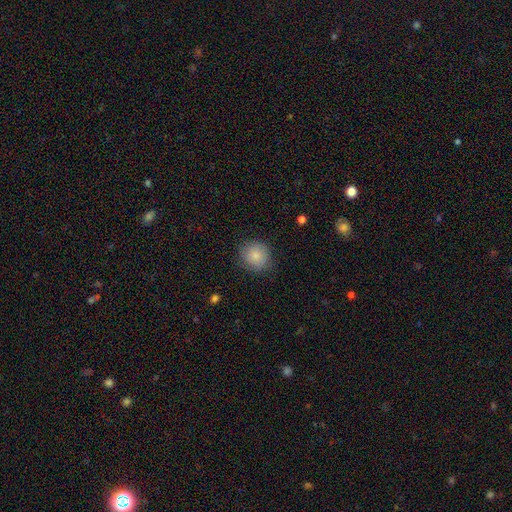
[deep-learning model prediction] Morphology: type=smooth (84%); roundness=round (89%); merging=none (82%).